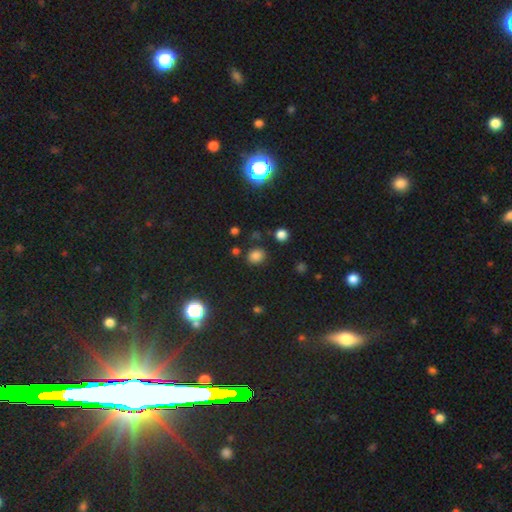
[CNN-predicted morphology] A smooth galaxy with no disk features (77%) that is round (70%). Merging: none (84%).